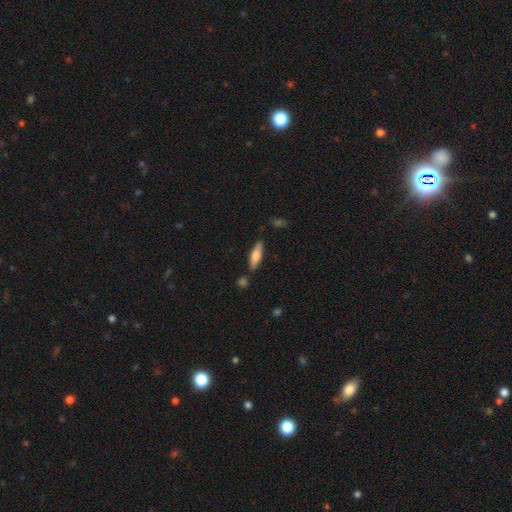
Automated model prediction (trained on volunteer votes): A smooth galaxy with no disk features (61%) that is cigar-shaped (61%).

Vote fractions:
- Smooth or featured? smooth: 61% / featured or disk: 33% / star or artifact: 6%
- How rounded? cigar-shaped: 61% / in between: 37% / round: 2%
- Merging? none: 80% / minor disturbance: 12% / merger: 5% / major disturbance: 3%